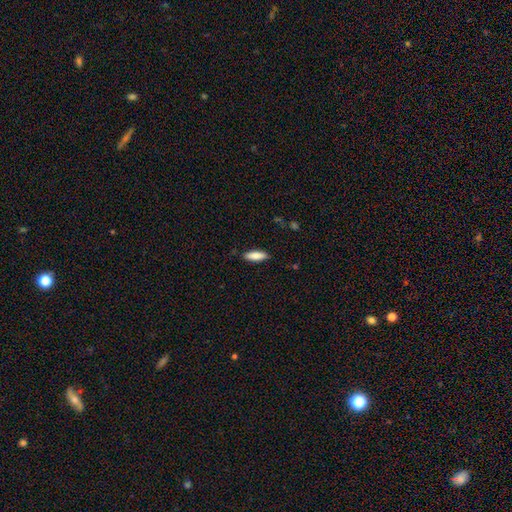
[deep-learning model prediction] Smooth or featured? Predicted: smooth (p=0.82). How rounded? Predicted: in between (p=0.59). Merging? Predicted: none (p=0.86).